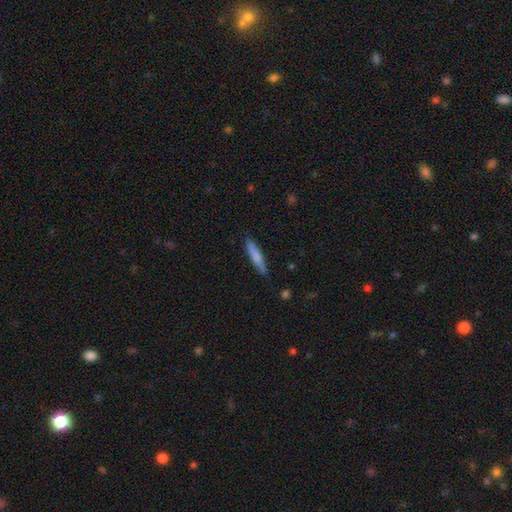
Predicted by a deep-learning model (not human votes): The model was most divided on "smooth or featured": smooth: 74%, featured or disk: 20%, star or artifact: 6%. More confident: how rounded — cigar-shaped (88%); merging — none (84%).